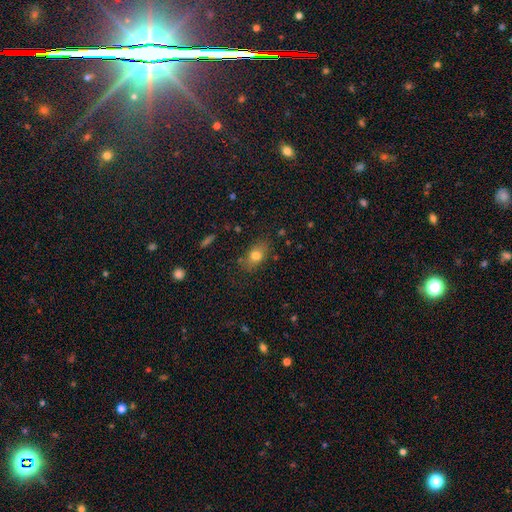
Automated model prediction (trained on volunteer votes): Smooth or featured? Predicted: smooth (p=0.77). How rounded? Predicted: in between (p=0.78). Merging? Predicted: none (p=0.78).